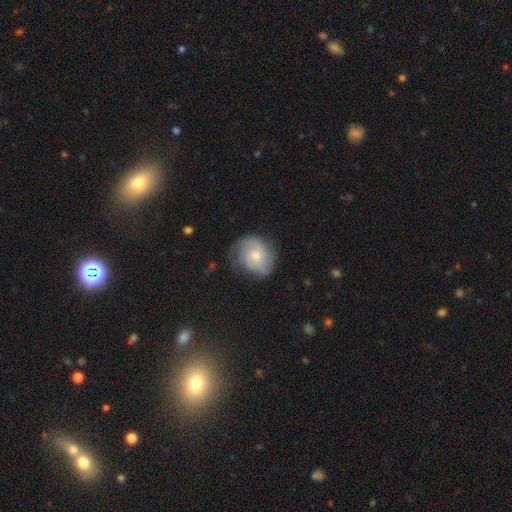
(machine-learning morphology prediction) type=featured or disk (53%); edge-on=no (97%); bar=no (77%); spiral arms=yes (84%); bulge=small (53%); merging=none (67%).